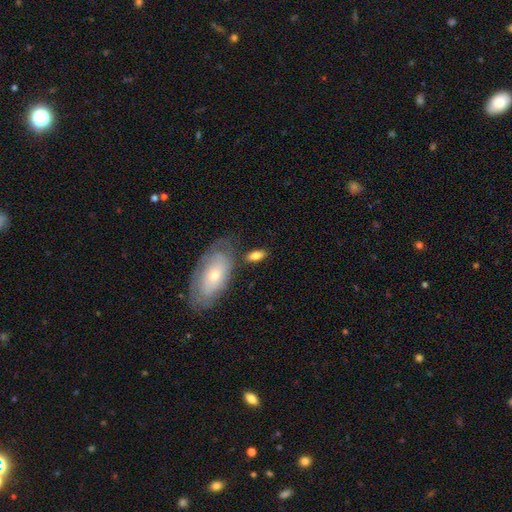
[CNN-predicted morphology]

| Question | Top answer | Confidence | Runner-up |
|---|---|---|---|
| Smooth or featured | smooth | 75% | featured or disk (18%) |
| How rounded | in between | 85% | cigar-shaped (10%) |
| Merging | none | 67% | minor disturbance (16%) |